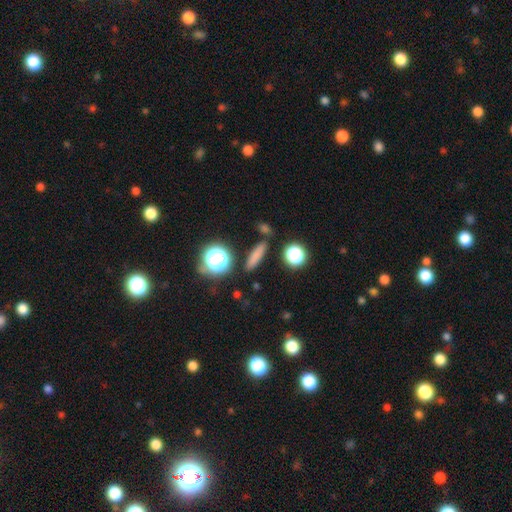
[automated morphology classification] Smooth or featured?
  - smooth: 76% *
  - star or artifact: 14%
  - featured or disk: 10%
How rounded?
  - cigar-shaped: 69% *
  - in between: 20%
  - round: 11%
Merging?
  - none: 86% *
  - minor disturbance: 8%
  - merger: 4%
  - major disturbance: 2%